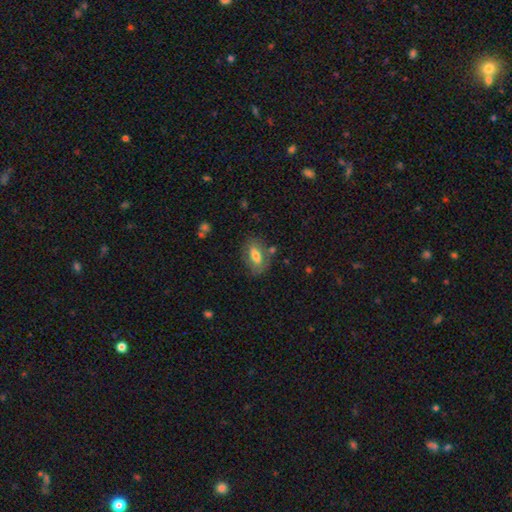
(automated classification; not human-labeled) Smooth or featured: smooth — 60% (featured or disk — 32%)
How rounded: in between — 85% (round — 9%)
Merging: none — 68% (minor disturbance — 19%)